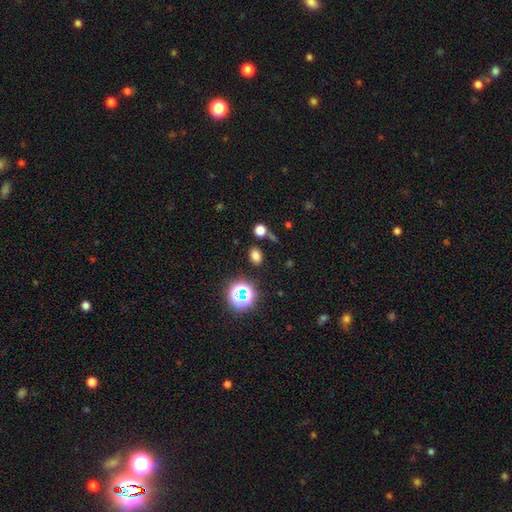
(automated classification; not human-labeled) This is likely a smooth galaxy (72%). How rounded: likely in between (72%). Merging: clearly none (81%).